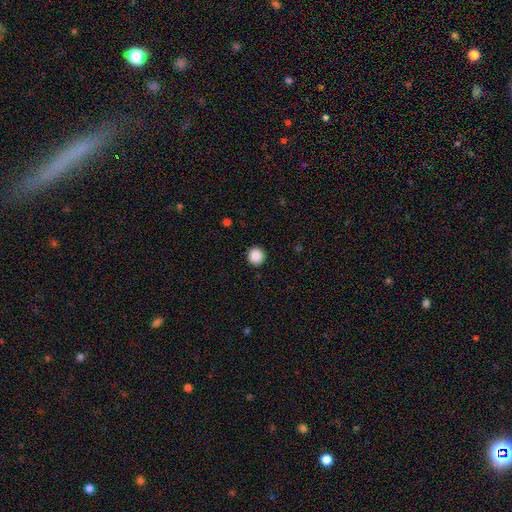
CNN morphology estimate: The model was most divided on "smooth or featured": smooth: 89%, star or artifact: 9%, featured or disk: 3%. More confident: how rounded — round (95%); merging — none (92%).